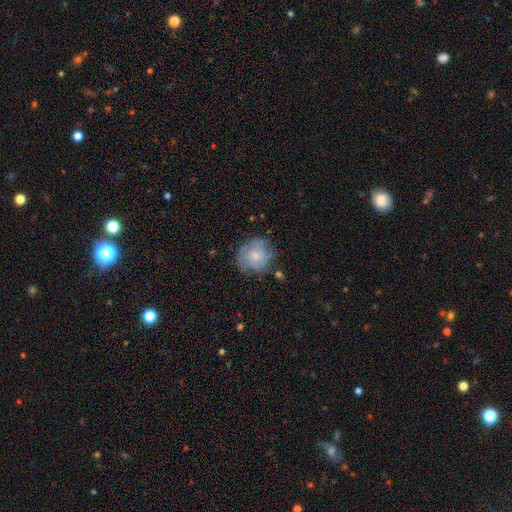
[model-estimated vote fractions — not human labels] This appears to be a featured or disk galaxy (54%) with no bar (77%), spiral arms (79%) and a small central bulge (47%). Merging: none (68%).